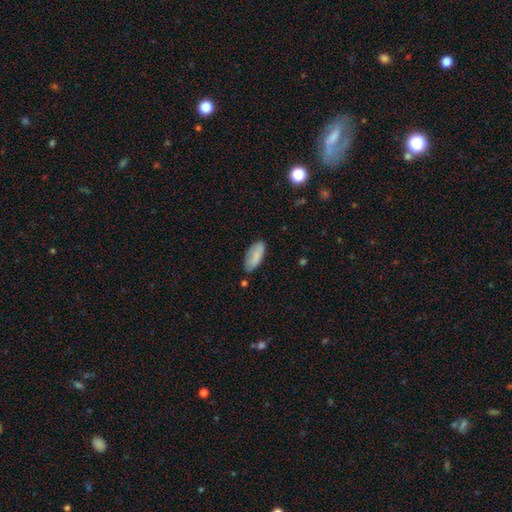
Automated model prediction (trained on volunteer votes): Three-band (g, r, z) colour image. It shows a smooth galaxy with no disk features (84%) that is in between round and cigar-shaped (79%). Merging: none (73%).